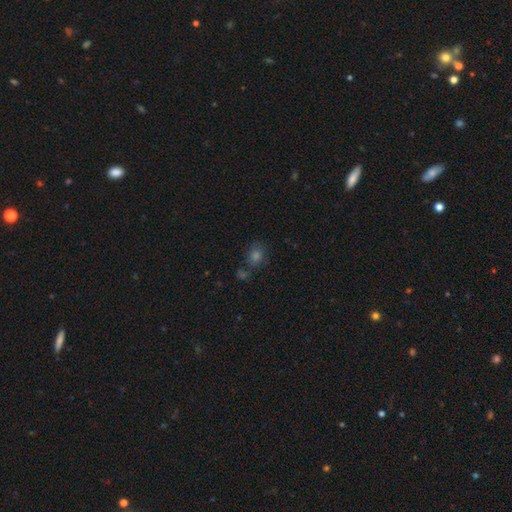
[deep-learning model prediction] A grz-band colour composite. It shows a smooth galaxy with no disk features (58%) that is round (65%). Merging: none (70%).